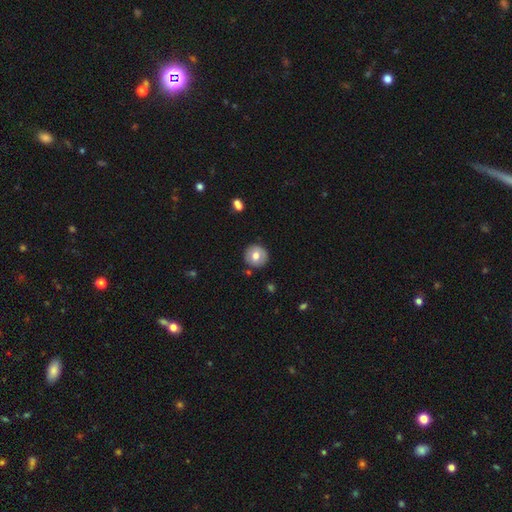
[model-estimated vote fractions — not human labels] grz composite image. It shows a smooth galaxy with no disk features (71%) that is round (93%). Merging: none (88%).